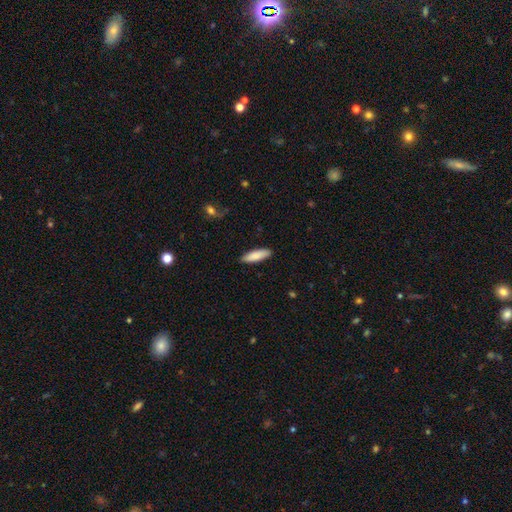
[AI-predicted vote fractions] A smooth galaxy with no disk features (86%) that is cigar-shaped (60%).

Vote fractions:
- Smooth or featured? smooth: 86% / featured or disk: 9% / star or artifact: 5%
- How rounded? cigar-shaped: 60% / in between: 39% / round: 1%
- Merging? none: 88% / minor disturbance: 9% / major disturbance: 2% / merger: 1%